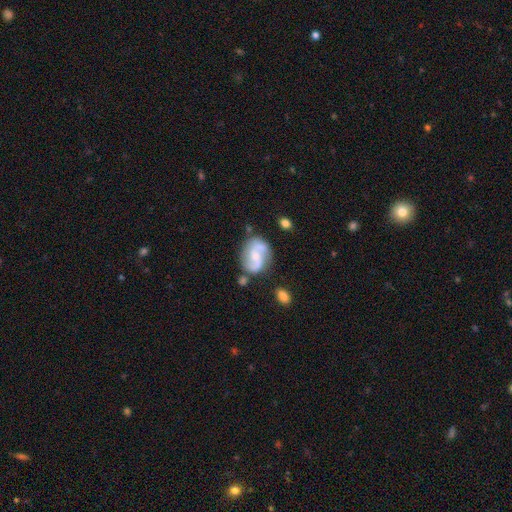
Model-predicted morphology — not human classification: featured or disk 75%, smooth 19%, star or artifact 7%. Down the decision tree: edge-on disk — no (97%); bar — no (47%); spiral arms — yes (91%); spiral arm count — 2 (87%); spiral winding — medium (44%); bulge size — small (46%); merging — none (64%).